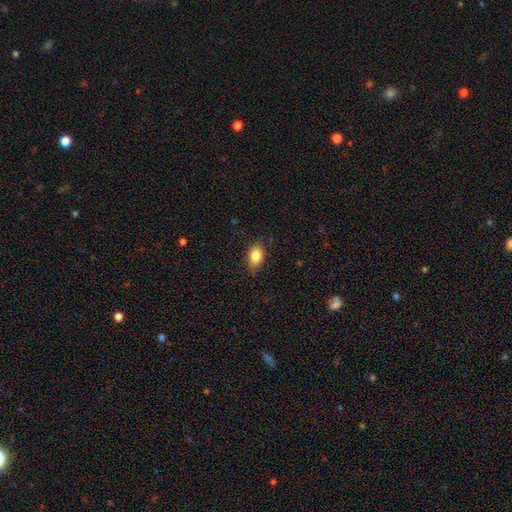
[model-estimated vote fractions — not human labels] This is clearly a smooth galaxy (85%). How rounded: clearly in between (86%). Merging: clearly none (82%).